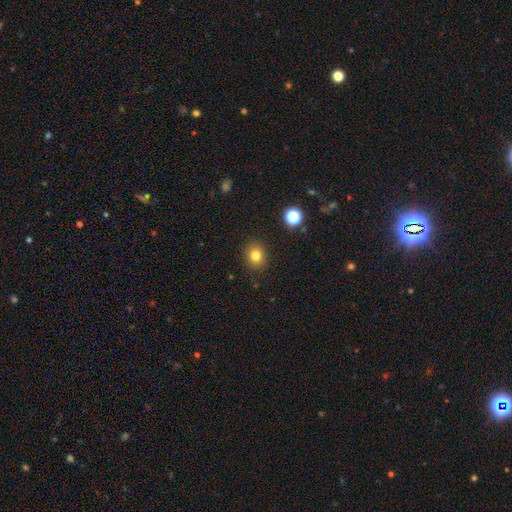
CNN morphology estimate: Q: Smooth or featured?
A: smooth (80%); runner-up: star or artifact (13%)
Q: How rounded?
A: round (69%); runner-up: in between (30%)
Q: Merging?
A: none (89%); runner-up: minor disturbance (8%)